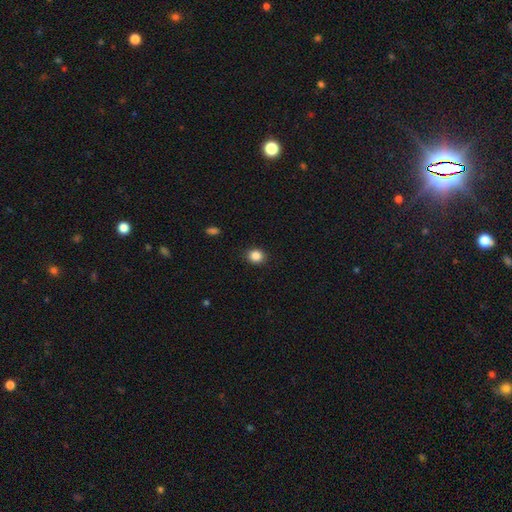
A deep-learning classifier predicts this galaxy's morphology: type=smooth (86%); roundness=round (74%); merging=none (90%).